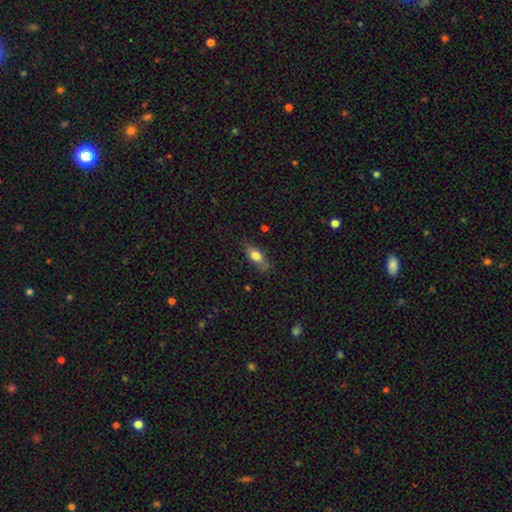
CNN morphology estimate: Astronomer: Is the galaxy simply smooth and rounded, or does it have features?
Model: smooth — 71%.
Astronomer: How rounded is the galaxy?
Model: in between — 75%.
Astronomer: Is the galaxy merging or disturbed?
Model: none — 72%.